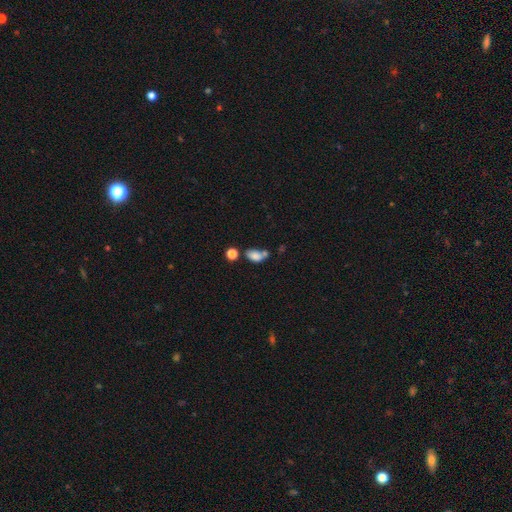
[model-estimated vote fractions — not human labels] A smooth galaxy with no disk features (78%) that is in between round and cigar-shaped (84%).

Vote fractions:
- Smooth or featured? smooth: 78% / featured or disk: 11% / star or artifact: 11%
- How rounded? in between: 84% / round: 13% / cigar-shaped: 3%
- Merging? merger: 38% / none: 35% / minor disturbance: 17% / major disturbance: 10%